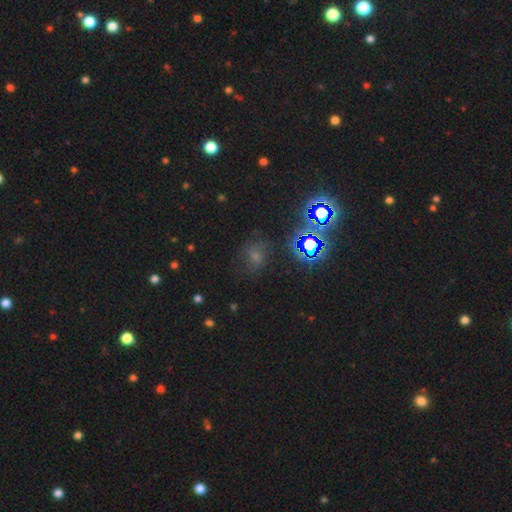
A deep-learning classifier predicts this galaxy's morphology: This appears to be a star or artifact, not a galaxy (42%).